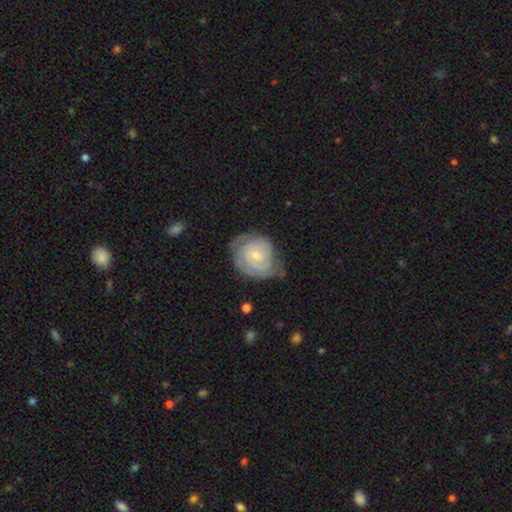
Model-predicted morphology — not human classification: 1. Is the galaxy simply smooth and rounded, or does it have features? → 78% featured or disk, 17% smooth, 5% star or artifact.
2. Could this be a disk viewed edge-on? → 98% no, 2% yes.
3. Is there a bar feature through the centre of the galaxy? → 71% no, 25% weak, 4% strong.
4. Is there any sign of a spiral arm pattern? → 93% yes, 7% no.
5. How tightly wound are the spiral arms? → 73% tight, 22% medium, 5% loose.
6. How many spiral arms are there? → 41% 2, 29% can't tell, 16% 3, 5% 1, 5% 4, 4% more than 4.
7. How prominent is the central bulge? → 67% small, 28% moderate, 2% none, 2% large, 1% dominant.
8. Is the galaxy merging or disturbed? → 63% none, 25% minor disturbance, 10% major disturbance, 2% merger.